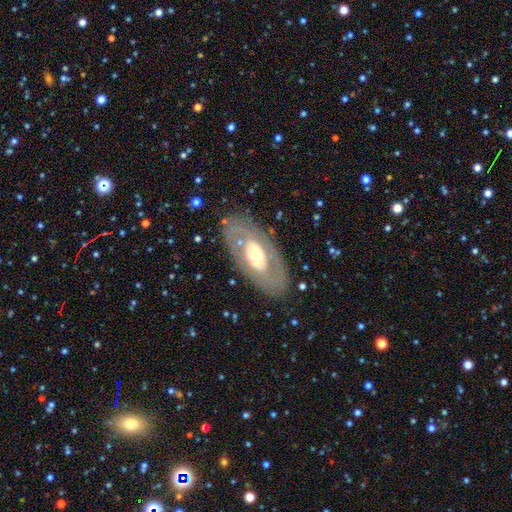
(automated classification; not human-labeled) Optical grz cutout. It shows a featured or disk galaxy (58%) with no bar (78%), no spiral arms (85%) and a moderate central bulge (61%). Merging: none (80%).